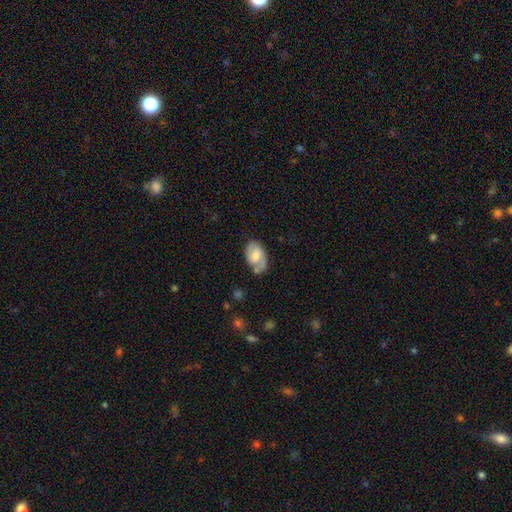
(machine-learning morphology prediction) A smooth galaxy with no disk features (49%). Merging: none (53%).